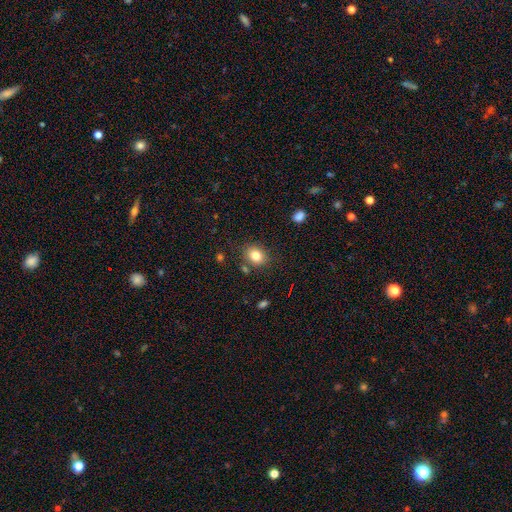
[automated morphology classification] Smooth or featured?
  - smooth: 81% *
  - star or artifact: 11%
  - featured or disk: 8%
How rounded?
  - round: 52% *
  - in between: 47%
  - cigar-shaped: 1%
Merging?
  - none: 81% *
  - minor disturbance: 11%
  - merger: 5%
  - major disturbance: 3%